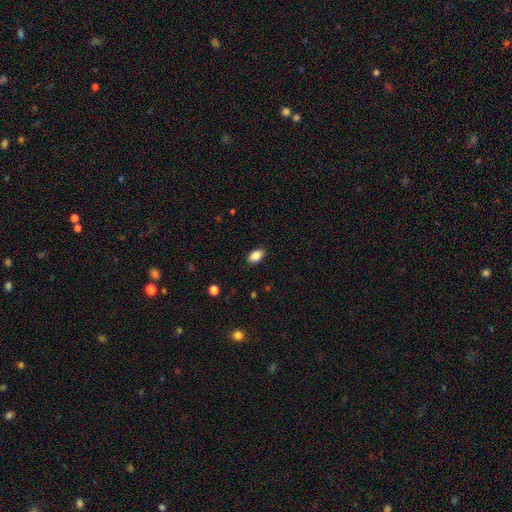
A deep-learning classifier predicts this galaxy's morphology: A smooth galaxy with no disk features (86%) that is in between round and cigar-shaped (91%).

Vote fractions:
- Smooth or featured? smooth: 86% / star or artifact: 8% / featured or disk: 6%
- How rounded? in between: 91% / round: 7% / cigar-shaped: 2%
- Merging? none: 87% / minor disturbance: 10% / major disturbance: 2% / merger: 1%